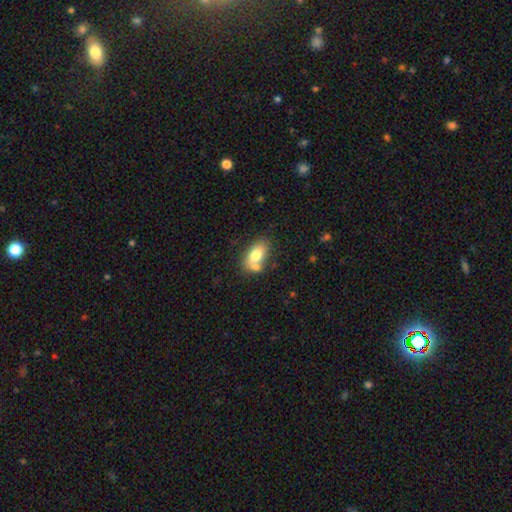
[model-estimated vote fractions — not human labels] smooth_or_featured: smooth (p=0.75) [alt: featured or disk p=0.17]
how_rounded: in between (p=0.89) [alt: round p=0.08]
merging: none (p=0.54) [alt: merger p=0.26]